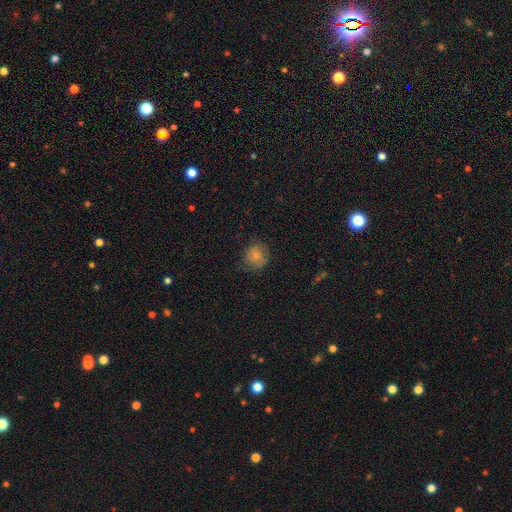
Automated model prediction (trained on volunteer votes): smooth-or-featured: smooth: 79% | featured or disk: 12% | star or artifact: 9%
  how-rounded: round: 79% | in between: 20% | cigar-shaped: 1%
  merging: none: 67% | minor disturbance: 23% | major disturbance: 8% | merger: 1%